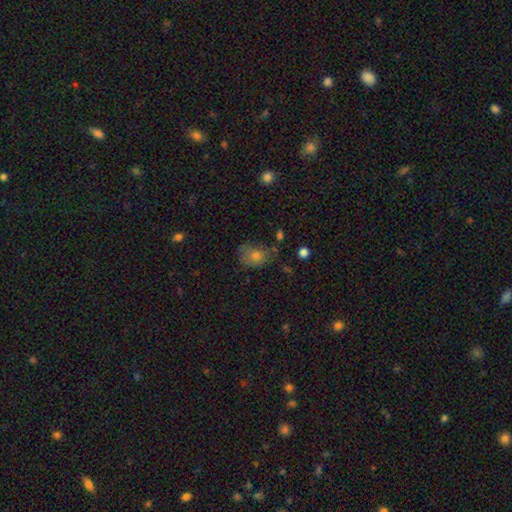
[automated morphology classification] Smooth or featured? smooth (72%)
How rounded? in between (58%)
Merging? none (51%)